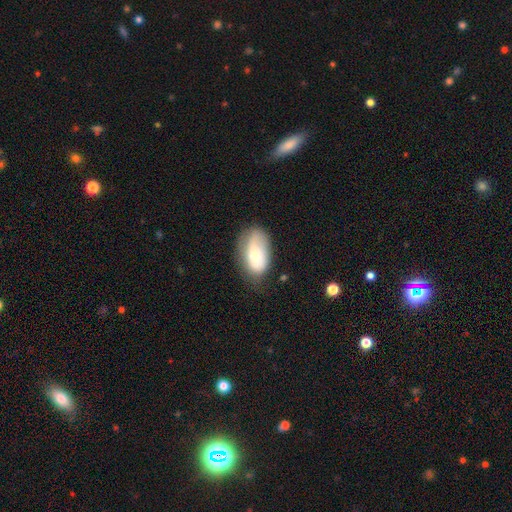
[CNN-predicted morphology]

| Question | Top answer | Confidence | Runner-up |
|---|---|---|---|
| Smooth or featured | smooth | 71% | featured or disk (22%) |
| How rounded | in between | 93% | round (5%) |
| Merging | none | 54% | minor disturbance (31%) |